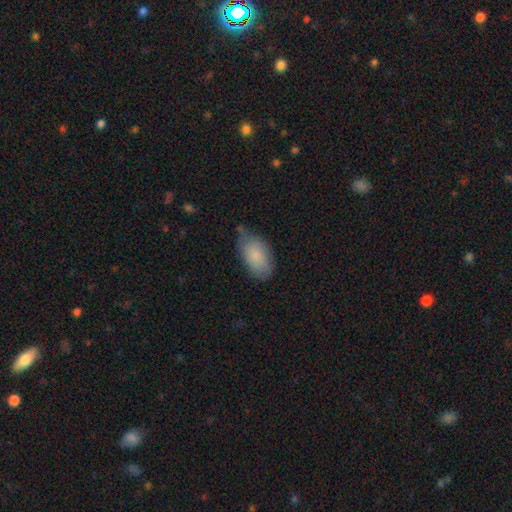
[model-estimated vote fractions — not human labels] smooth_or_featured: smooth (p=0.83) [alt: featured or disk p=0.11]
how_rounded: in between (p=0.93) [alt: round p=0.04]
merging: none (p=0.51) [alt: minor disturbance p=0.39]